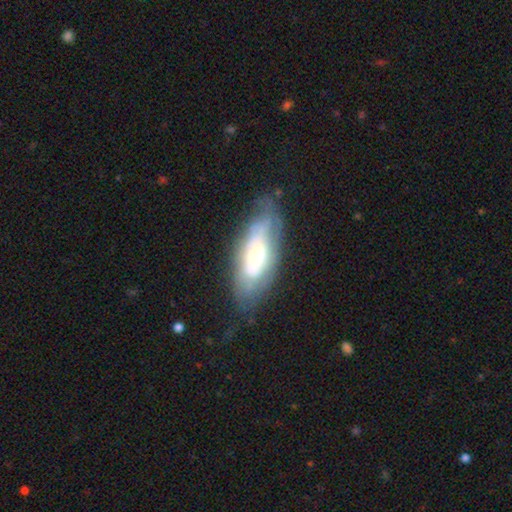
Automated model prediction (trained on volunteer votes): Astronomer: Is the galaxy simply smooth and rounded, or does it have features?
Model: featured or disk — 60%.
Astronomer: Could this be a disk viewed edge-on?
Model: no — 83%.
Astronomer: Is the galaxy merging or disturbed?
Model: none — 62%.